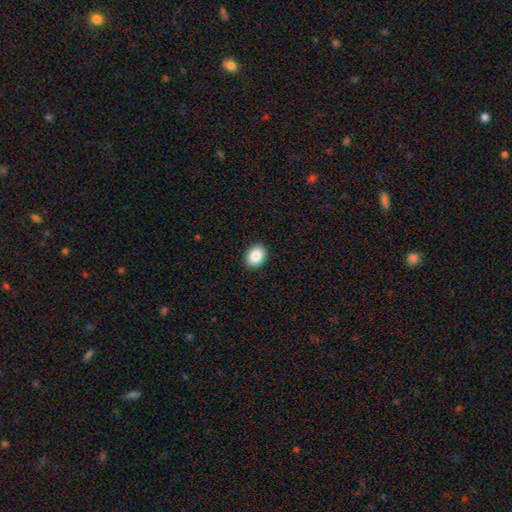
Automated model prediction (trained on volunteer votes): A smooth galaxy with no disk features (87%) that is in between round and cigar-shaped (62%).

Vote fractions:
- Smooth or featured? smooth: 87% / star or artifact: 8% / featured or disk: 4%
- How rounded? in between: 62% / round: 38% / cigar-shaped: 1%
- Merging? none: 90% / minor disturbance: 7% / major disturbance: 2% / merger: 1%